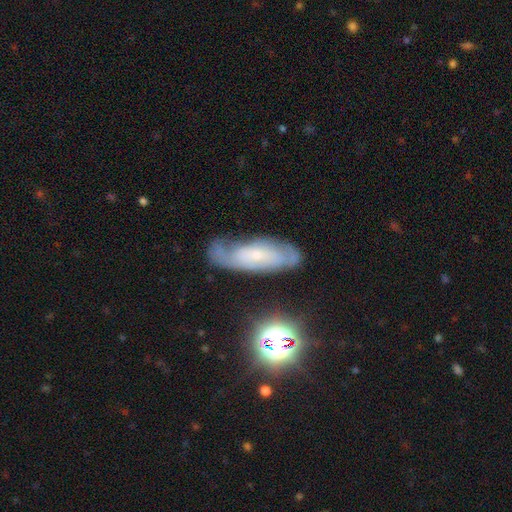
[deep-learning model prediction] featured or disk 64%, smooth 25%, star or artifact 11%. Down the decision tree: edge-on disk — no (85%); bar — no (59%); spiral arms — yes (86%); bulge size — small (67%); merging — none (57%).